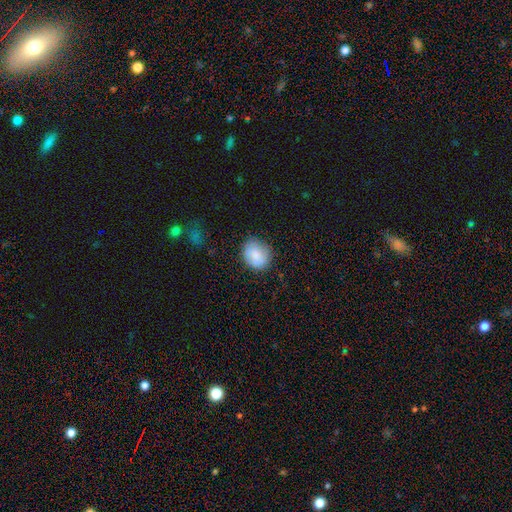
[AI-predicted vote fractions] Smooth or featured? smooth (78%)
How rounded? round (68%)
Merging? none (75%)